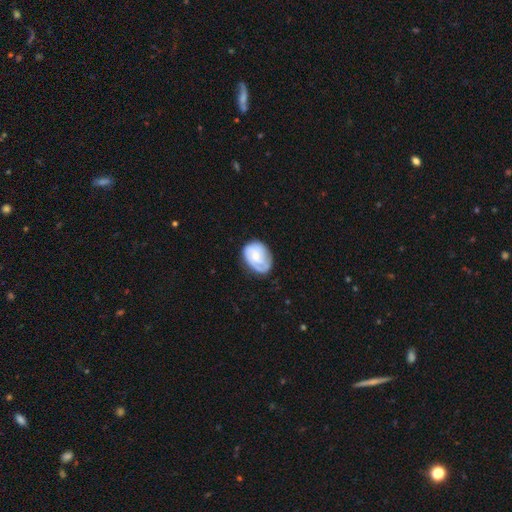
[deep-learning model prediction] smooth-or-featured: featured or disk: 56% | smooth: 37% | star or artifact: 6%
  disk-edge-on: no: 97% | yes: 3%
    bar: no: 68% | weak: 28% | strong: 5%
    has-spiral-arms: yes: 83% | no: 17%
    bulge-size: small: 54% | moderate: 32% | none: 9% | large: 4% | dominant: 1%
  merging: none: 66% | minor disturbance: 24% | major disturbance: 9% | merger: 2%